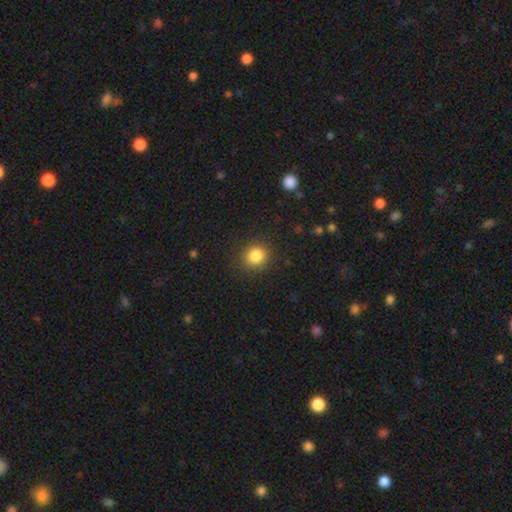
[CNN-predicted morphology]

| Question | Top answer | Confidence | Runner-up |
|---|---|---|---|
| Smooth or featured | smooth | 84% | star or artifact (11%) |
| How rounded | round | 84% | in between (16%) |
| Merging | none | 88% | minor disturbance (8%) |